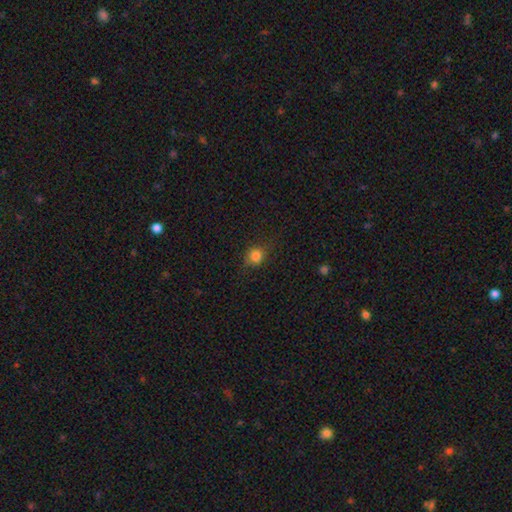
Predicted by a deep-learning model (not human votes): The model was most divided on "merging": none: 76%, minor disturbance: 17%, major disturbance: 5%, merger: 1%. More confident: how rounded — round (81%); smooth or featured — smooth (80%).